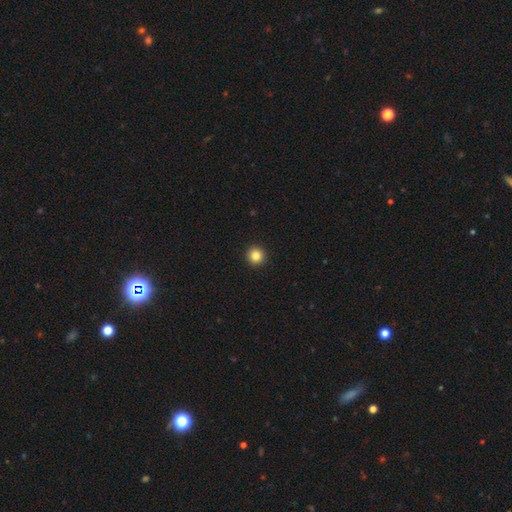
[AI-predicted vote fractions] Smooth or featured? Predicted: smooth (p=0.85). How rounded? Predicted: round (p=0.95). Merging? Predicted: none (p=0.94).